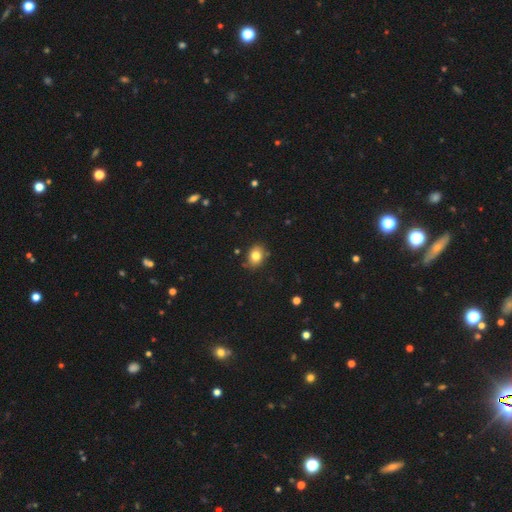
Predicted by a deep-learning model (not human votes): Overall: smooth (80%). How rounded: in between (56%; round 43%). Merging: none (80%).